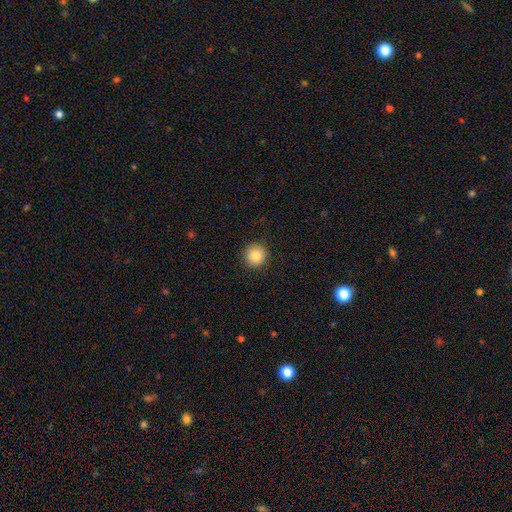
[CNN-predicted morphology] Q: Smooth or featured?
A: smooth (85%); runner-up: star or artifact (9%)
Q: How rounded?
A: round (95%); runner-up: in between (4%)
Q: Merging?
A: none (90%); runner-up: minor disturbance (7%)